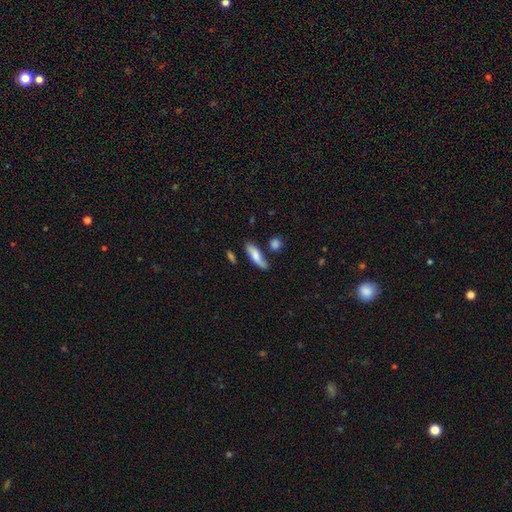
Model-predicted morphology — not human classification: Smooth or featured: smooth — 67% (featured or disk — 26%)
How rounded: cigar-shaped — 55% (in between — 42%)
Merging: none — 65% (minor disturbance — 22%)